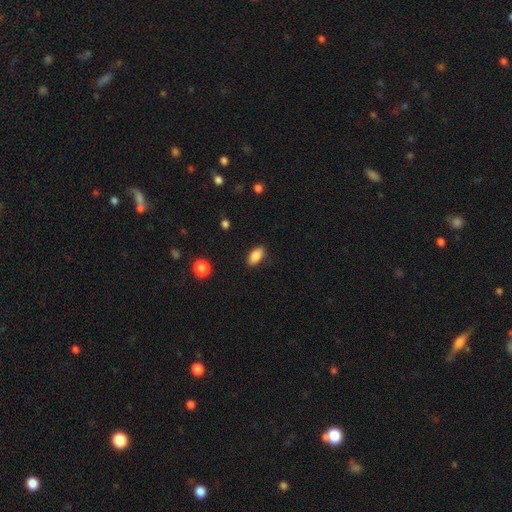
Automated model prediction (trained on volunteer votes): smooth-or-featured: smooth: 85% | star or artifact: 8% | featured or disk: 7%
  how-rounded: in between: 91% | round: 6% | cigar-shaped: 4%
  merging: none: 86% | minor disturbance: 11% | major disturbance: 2% | merger: 1%